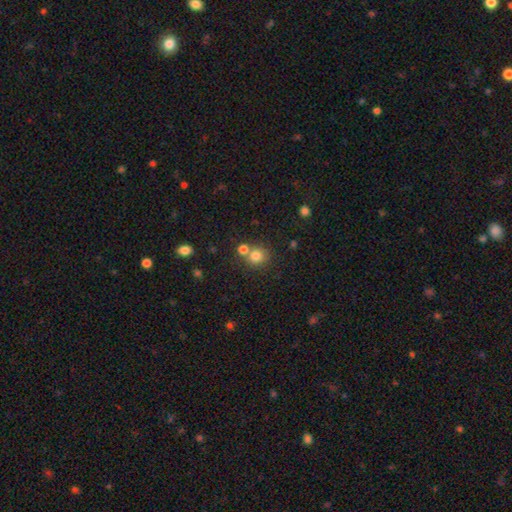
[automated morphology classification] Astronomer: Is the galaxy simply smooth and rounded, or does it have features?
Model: smooth — 79%.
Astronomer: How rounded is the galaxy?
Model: round — 87%.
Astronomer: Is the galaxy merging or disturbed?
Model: none — 63%.